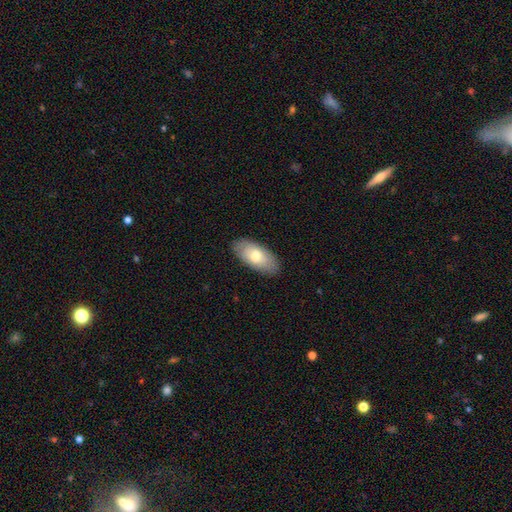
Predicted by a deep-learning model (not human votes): Smooth or featured?
  - smooth: 72% *
  - featured or disk: 22%
  - star or artifact: 6%
How rounded?
  - in between: 91% *
  - cigar-shaped: 7%
  - round: 2%
Merging?
  - none: 87% *
  - minor disturbance: 10%
  - major disturbance: 2%
  - merger: 1%